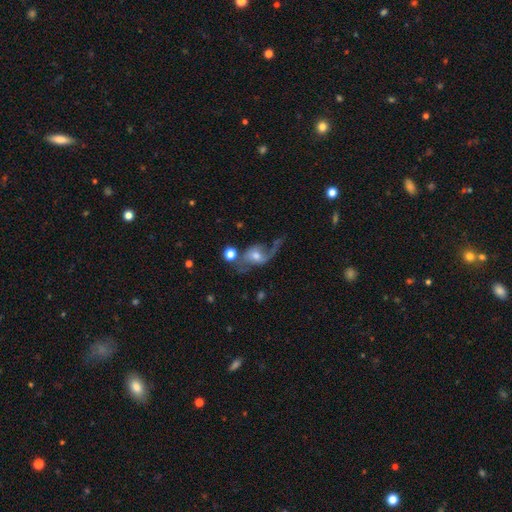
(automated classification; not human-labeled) This is likely a featured or disk galaxy (63%). It is clearly not viewed edge-on (95%). Bar: possibly no (55%). Spiral arm pattern: clearly yes (81%). Central bulge: possibly moderate (59%). Merging: marginally major disturbance (35%).